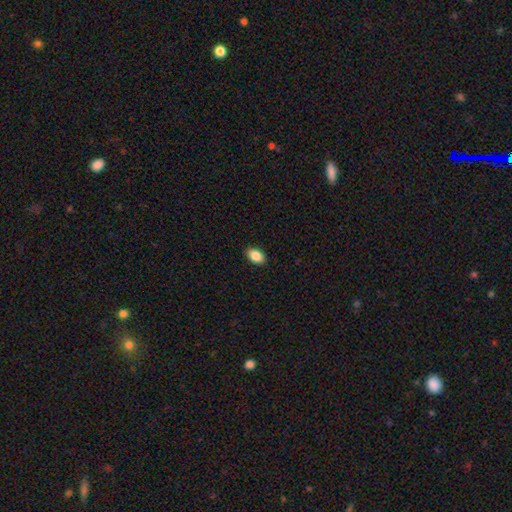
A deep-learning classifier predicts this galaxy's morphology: This is clearly a smooth galaxy (87%). How rounded: clearly in between (88%). Merging: clearly none (90%).